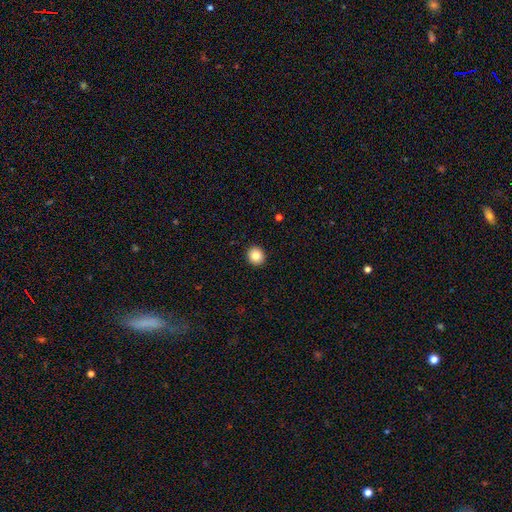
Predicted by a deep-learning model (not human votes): Smooth or featured?
  - smooth: 83% *
  - star or artifact: 9%
  - featured or disk: 7%
How rounded?
  - round: 88% *
  - in between: 11%
  - cigar-shaped: 1%
Merging?
  - none: 93% *
  - minor disturbance: 5%
  - major disturbance: 1%
  - merger: 1%